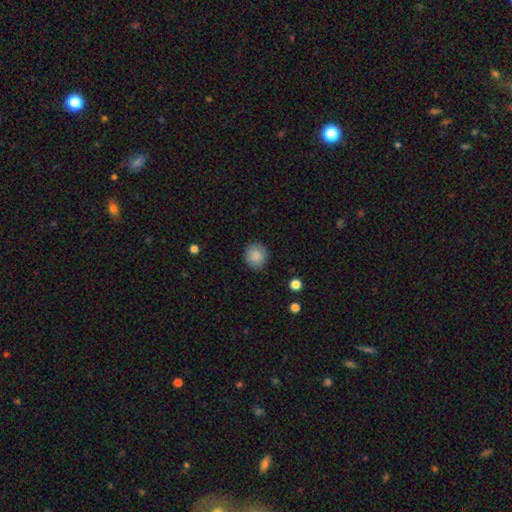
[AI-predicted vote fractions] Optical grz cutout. It shows a smooth galaxy with no disk features (87%) that is round (84%). Merging: none (88%).